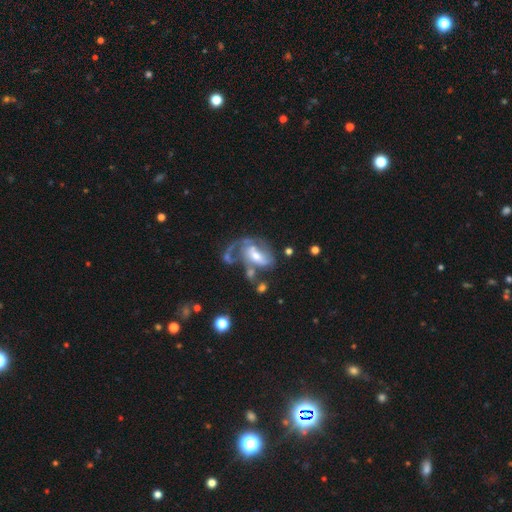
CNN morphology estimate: Overall: featured or disk (74%). Edge-on disk: no (96%). Bar: no (41%; weak 39%). Spiral arms: yes (77%). Spiral arm count: 2 (34%; 1 32%). Spiral winding: medium (39%; loose 32%). Bulge size: moderate (58%; small 31%). Merging: major disturbance (40%; none 25%).